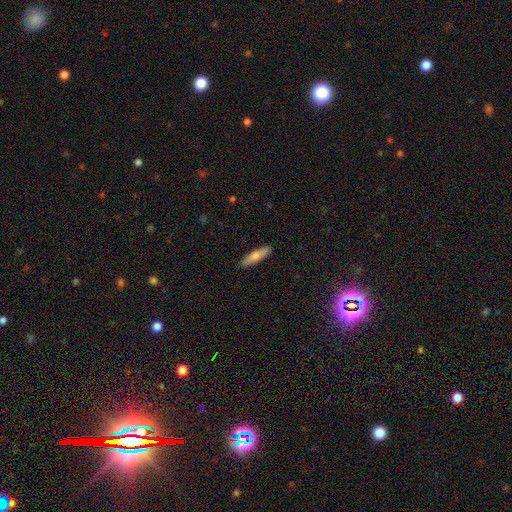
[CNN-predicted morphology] A smooth galaxy with no disk features (75%) that is cigar-shaped (76%). Merging: none (89%).